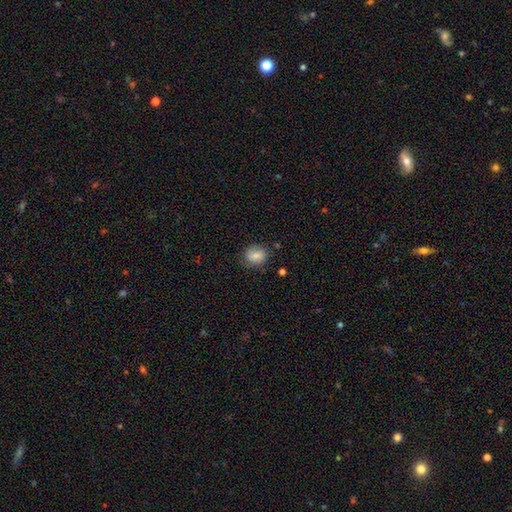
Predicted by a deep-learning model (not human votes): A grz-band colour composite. It shows a smooth galaxy with no disk features (78%) that is round (55%). Merging: none (75%).